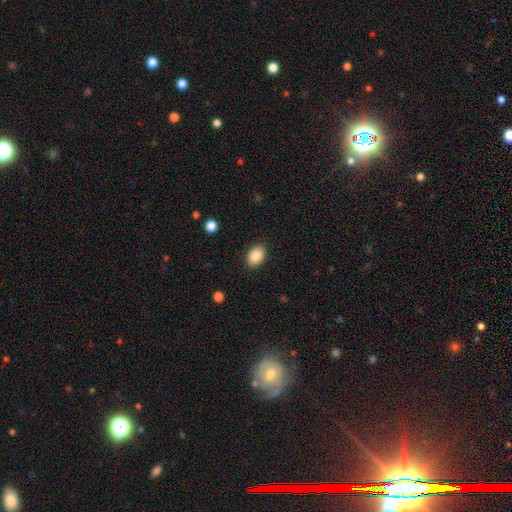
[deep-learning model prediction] Smooth or featured?
  - smooth: 87% *
  - star or artifact: 8%
  - featured or disk: 5%
How rounded?
  - in between: 83% *
  - round: 16%
  - cigar-shaped: 1%
Merging?
  - none: 88% *
  - minor disturbance: 9%
  - major disturbance: 2%
  - merger: 1%